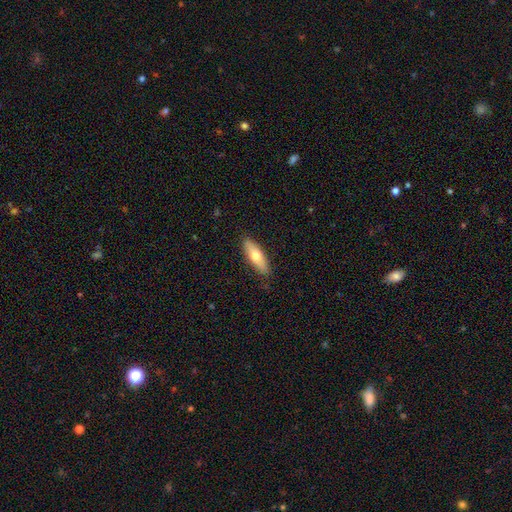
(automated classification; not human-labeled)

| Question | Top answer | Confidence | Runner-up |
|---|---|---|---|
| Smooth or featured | smooth | 66% | featured or disk (29%) |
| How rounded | in between | 55% | cigar-shaped (43%) |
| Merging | none | 87% | minor disturbance (10%) |